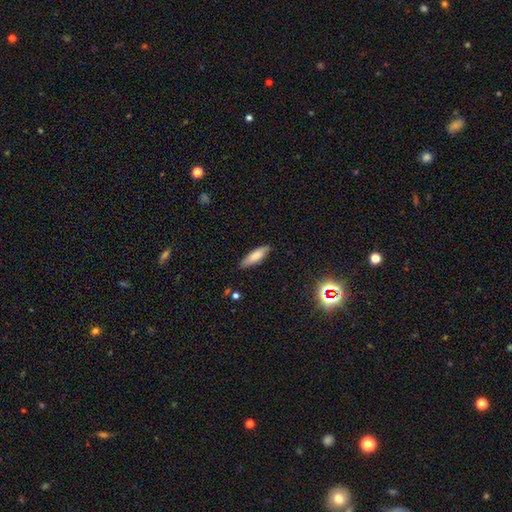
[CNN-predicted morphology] Smooth or featured? smooth (78%)
How rounded? cigar-shaped (54%)
Merging? none (85%)